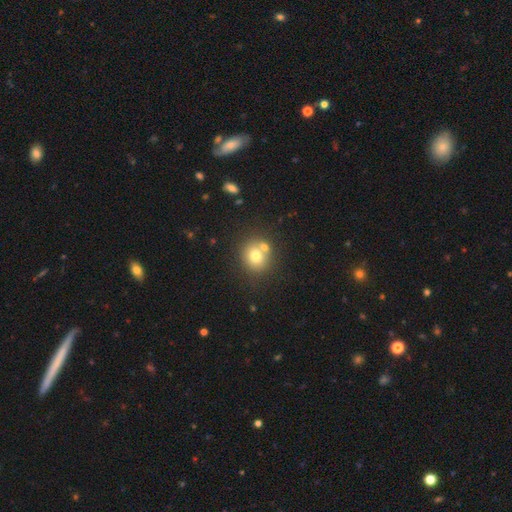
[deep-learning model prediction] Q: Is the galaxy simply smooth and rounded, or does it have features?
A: smooth — 72%.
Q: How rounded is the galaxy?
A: round — 80%.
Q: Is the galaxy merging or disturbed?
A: none — 57%.